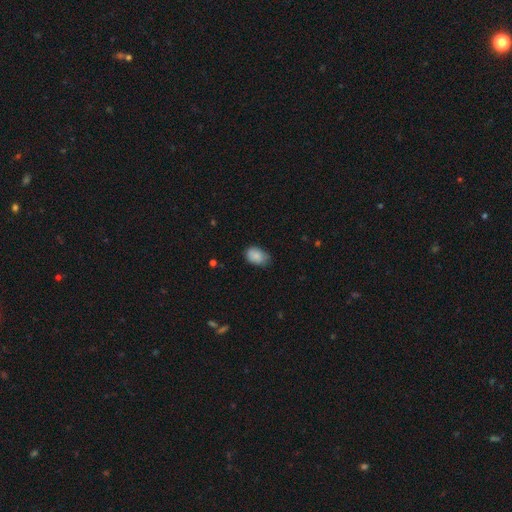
Smooth or featured? smooth (92%)
How rounded? in between (92%)
Merging? none (68%)